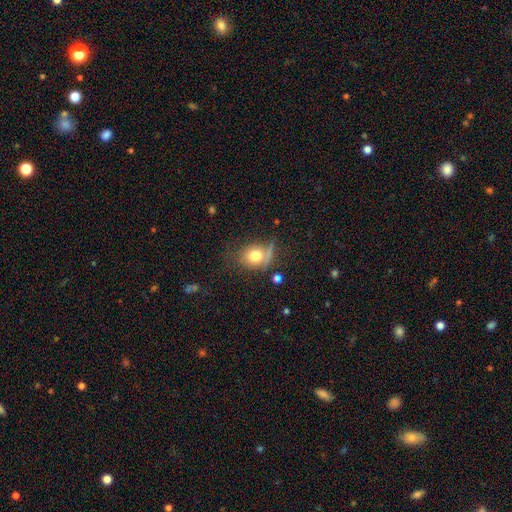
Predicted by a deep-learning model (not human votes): The model was most divided on "how rounded": round: 61%, in between: 37%, cigar-shaped: 2%. Remaining: smooth or featured — smooth (73%); merging — none (49%).